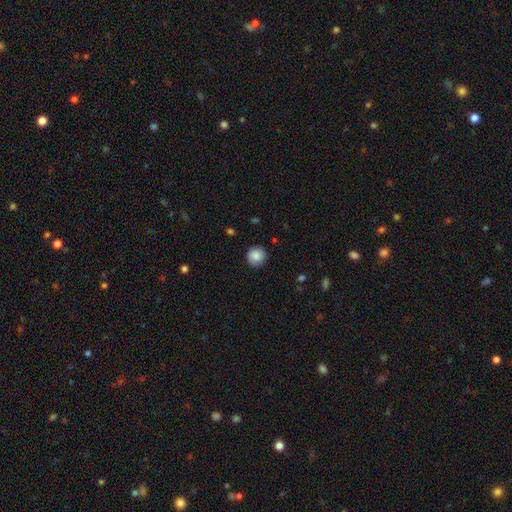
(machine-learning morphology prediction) Overall: smooth (85%). How rounded: round (93%). Merging: none (87%).